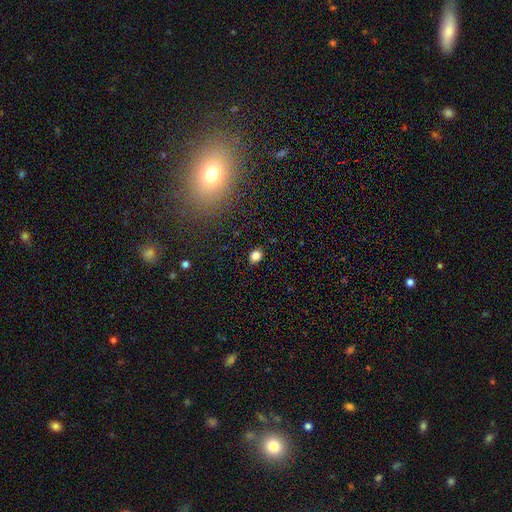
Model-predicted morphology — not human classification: Smooth or featured: smooth — 83% (star or artifact — 12%)
How rounded: in between — 52% (round — 47%)
Merging: none — 88% (minor disturbance — 9%)